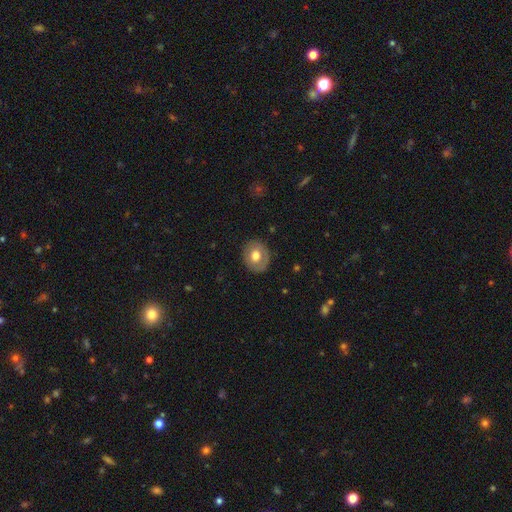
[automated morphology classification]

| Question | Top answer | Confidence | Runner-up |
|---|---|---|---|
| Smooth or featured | smooth | 65% | featured or disk (28%) |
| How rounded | round | 67% | in between (32%) |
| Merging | none | 84% | minor disturbance (11%) |